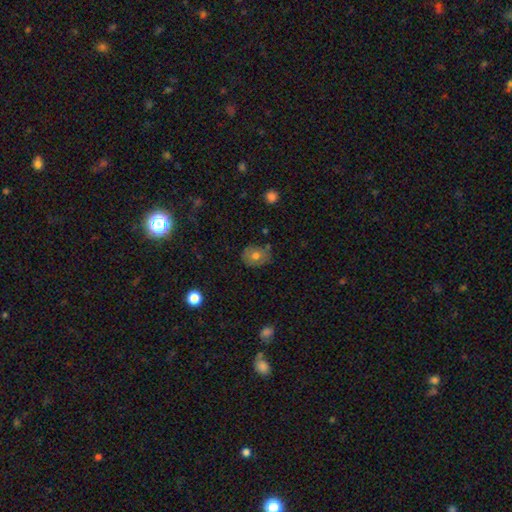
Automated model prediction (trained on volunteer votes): Smooth or featured? Predicted: smooth (p=0.69). How rounded? Predicted: in between (p=0.50). Merging? Predicted: none (p=0.72).